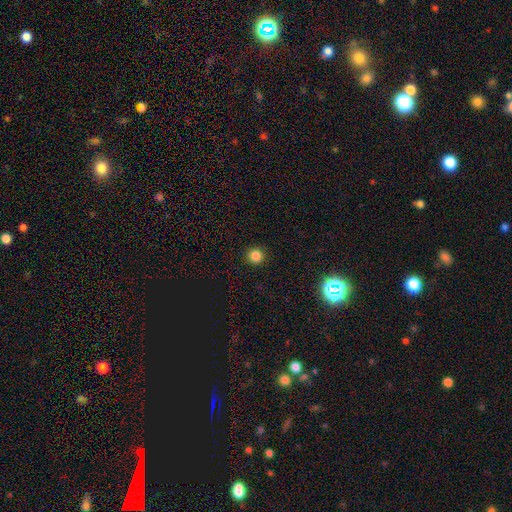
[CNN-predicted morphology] The model was most divided on "smooth or featured": smooth: 83%, star or artifact: 13%, featured or disk: 4%. More confident: how rounded — round (95%); merging — none (92%).